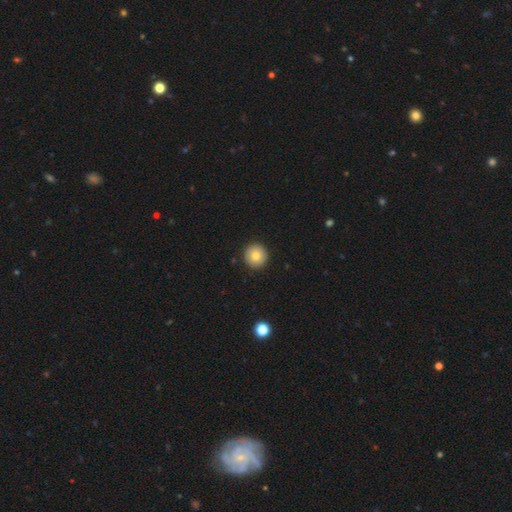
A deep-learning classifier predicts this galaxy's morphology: A smooth galaxy with no disk features (79%) that is round (96%). Merging: none (92%).